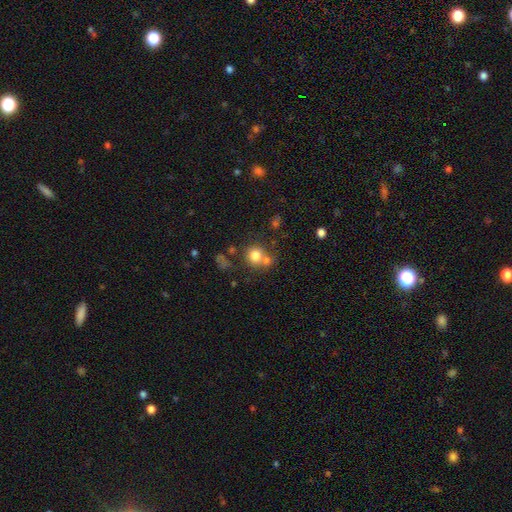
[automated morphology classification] smooth-or-featured: smooth: 77% | star or artifact: 12% | featured or disk: 11%
  how-rounded: round: 86% | in between: 13% | cigar-shaped: 1%
  merging: none: 53% | merger: 32% | minor disturbance: 10% | major disturbance: 5%